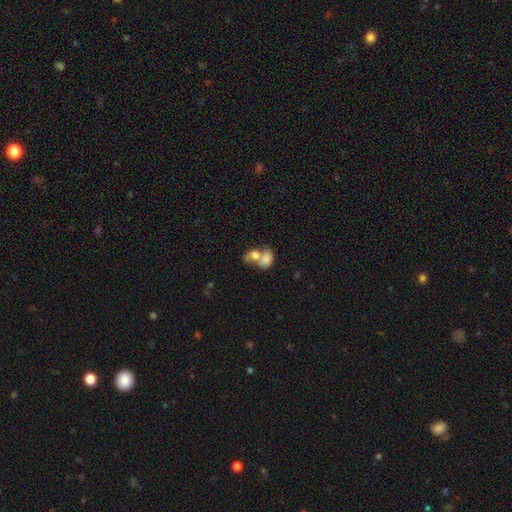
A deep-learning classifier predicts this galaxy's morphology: Smooth or featured? smooth (74%)
How rounded? in between (63%)
Merging? merger (76%)